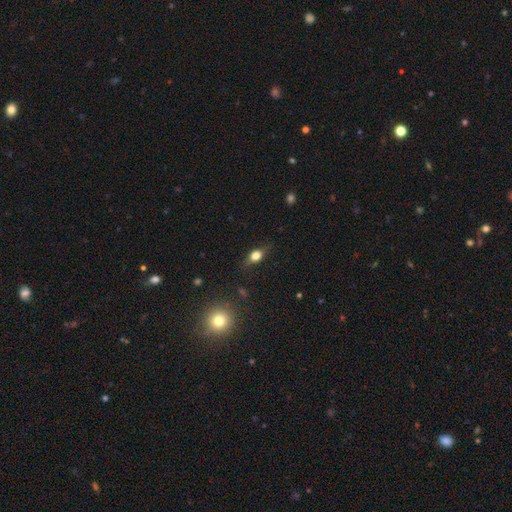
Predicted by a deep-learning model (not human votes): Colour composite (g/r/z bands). It shows a smooth galaxy with no disk features (63%) that is in between round and cigar-shaped (67%). Merging: none (74%).